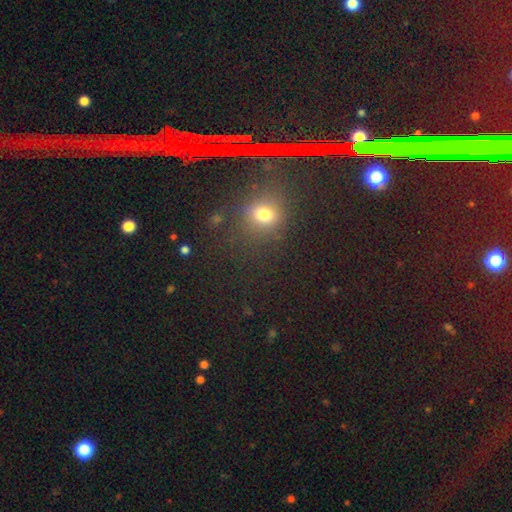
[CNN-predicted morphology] Smooth or featured?
  - smooth: 53% *
  - star or artifact: 37%
  - featured or disk: 10%
How rounded?
  - round: 70% *
  - in between: 26%
  - cigar-shaped: 4%
Merging?
  - none: 82% *
  - minor disturbance: 9%
  - major disturbance: 5%
  - merger: 4%